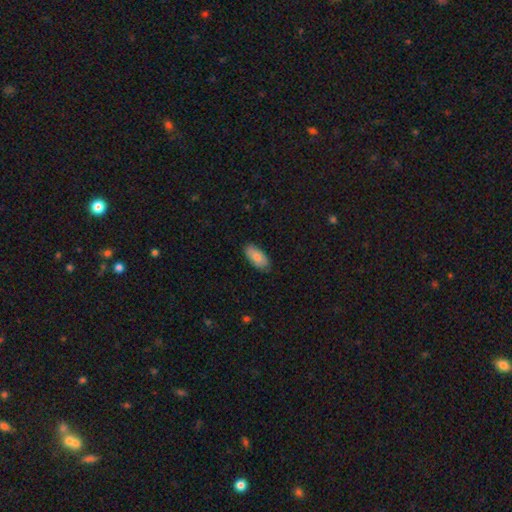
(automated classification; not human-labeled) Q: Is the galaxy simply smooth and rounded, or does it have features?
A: smooth — 83%.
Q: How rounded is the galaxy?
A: in between — 91%.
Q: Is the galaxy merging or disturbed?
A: none — 83%.